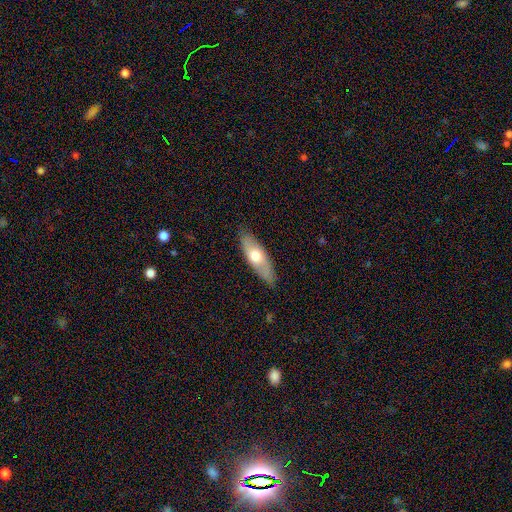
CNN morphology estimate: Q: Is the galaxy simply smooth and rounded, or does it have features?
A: smooth — 58%.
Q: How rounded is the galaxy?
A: in between — 58%.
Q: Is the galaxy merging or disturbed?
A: none — 84%.